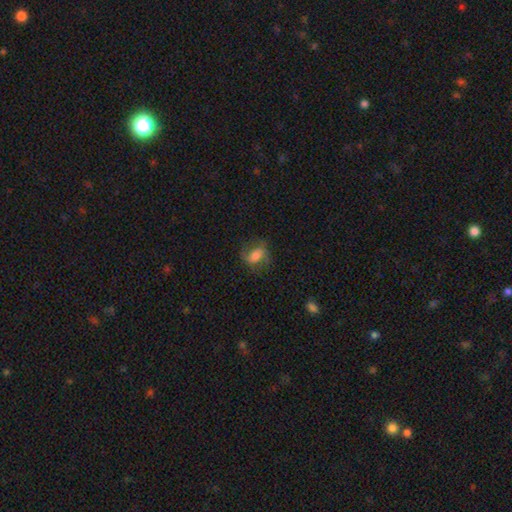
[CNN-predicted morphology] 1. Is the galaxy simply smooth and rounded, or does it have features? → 49% smooth, 42% featured or disk, 9% star or artifact.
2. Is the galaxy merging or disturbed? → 66% none, 20% minor disturbance, 13% major disturbance, 1% merger.